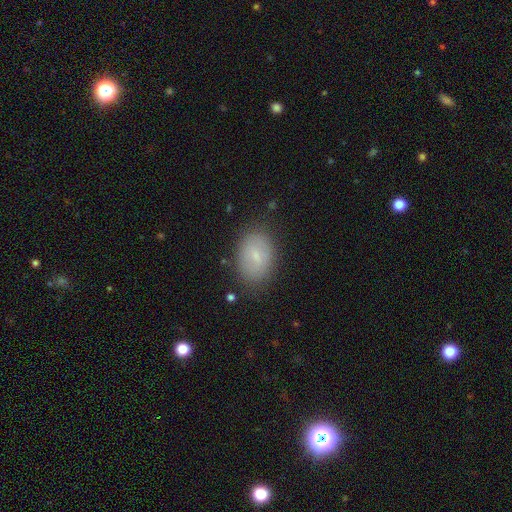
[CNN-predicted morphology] Smooth or featured? Predicted: smooth (p=0.73). How rounded? Predicted: in between (p=0.83). Merging? Predicted: none (p=0.82).